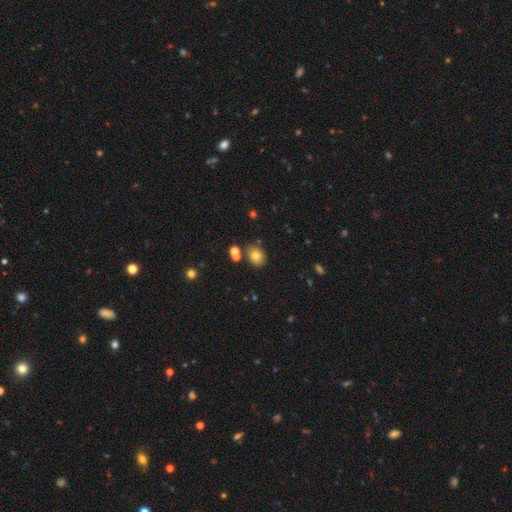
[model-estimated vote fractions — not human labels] Smooth or featured? Predicted: smooth (p=0.74). How rounded? Predicted: round (p=0.56). Merging? Predicted: none (p=0.77).